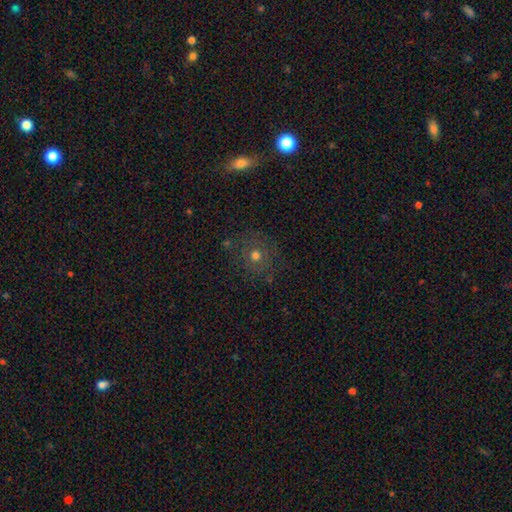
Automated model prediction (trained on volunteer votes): Smooth or featured?
  - smooth: 57% *
  - featured or disk: 22%
  - star or artifact: 21%
How rounded?
  - round: 90% *
  - in between: 9%
  - cigar-shaped: 1%
Merging?
  - none: 82% *
  - minor disturbance: 11%
  - major disturbance: 5%
  - merger: 2%